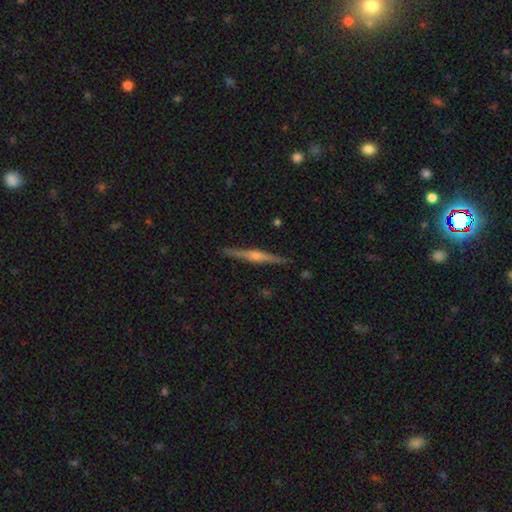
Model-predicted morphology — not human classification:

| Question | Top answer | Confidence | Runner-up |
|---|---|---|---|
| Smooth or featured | featured or disk | 78% | smooth (16%) |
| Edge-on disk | yes | 98% | no (2%) |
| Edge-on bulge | rounded | 80% | boxy (12%) |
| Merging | none | 91% | minor disturbance (6%) |